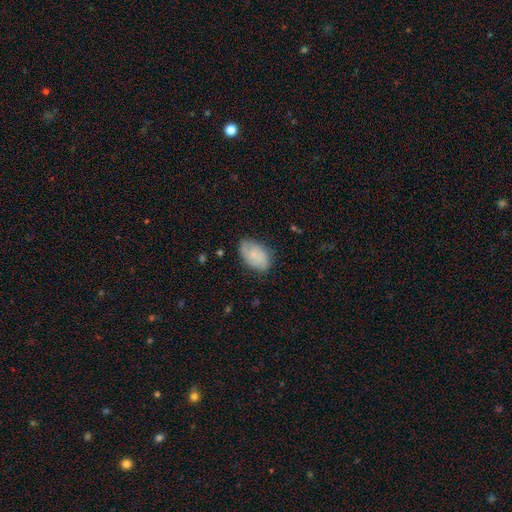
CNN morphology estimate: A smooth galaxy with no disk features (68%) that is in between round and cigar-shaped (91%). Merging: none (72%).